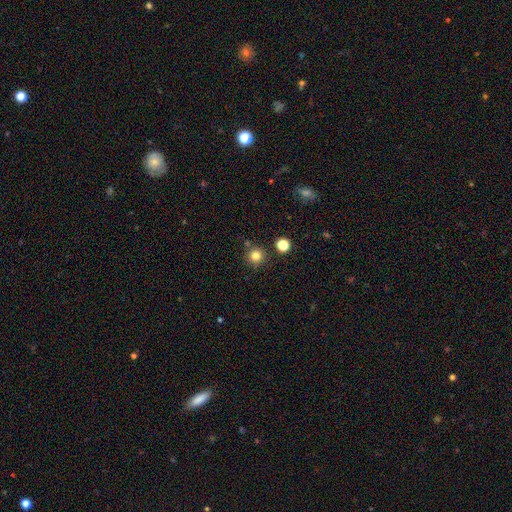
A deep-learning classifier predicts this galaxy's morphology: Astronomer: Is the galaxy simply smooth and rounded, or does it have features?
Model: smooth — 81%.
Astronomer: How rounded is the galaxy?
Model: round — 94%.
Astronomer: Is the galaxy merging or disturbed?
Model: none — 83%.